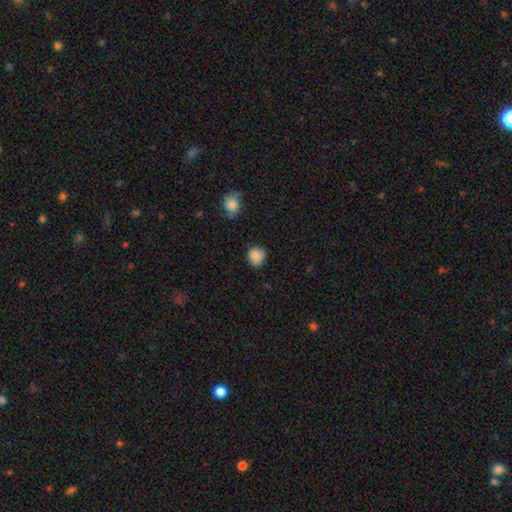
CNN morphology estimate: A smooth galaxy with no disk features (87%) that is round (82%). Merging: none (74%).